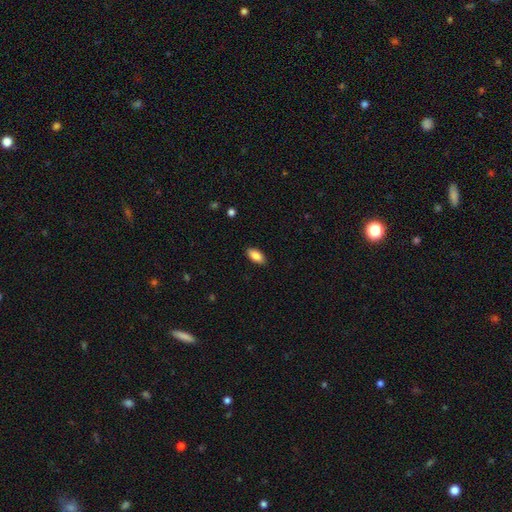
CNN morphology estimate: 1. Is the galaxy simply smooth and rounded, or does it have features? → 86% smooth, 7% star or artifact, 7% featured or disk.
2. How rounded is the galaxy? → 92% in between, 6% cigar-shaped, 2% round.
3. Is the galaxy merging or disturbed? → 88% none, 9% minor disturbance, 2% major disturbance, 1% merger.